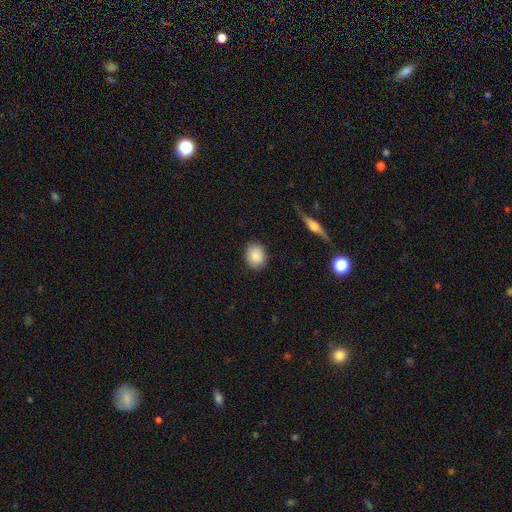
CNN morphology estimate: type=smooth (85%); roundness=round (63%); merging=none (86%).